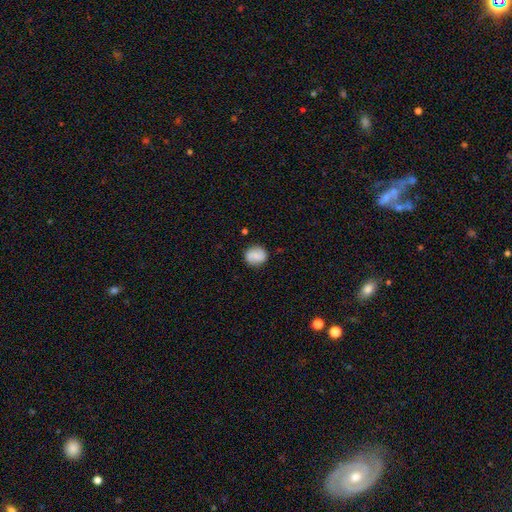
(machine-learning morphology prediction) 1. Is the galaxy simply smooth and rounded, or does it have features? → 66% smooth, 25% featured or disk, 9% star or artifact.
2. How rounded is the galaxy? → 76% round, 23% in between, 1% cigar-shaped.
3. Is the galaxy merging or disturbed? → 81% none, 13% minor disturbance, 4% major disturbance, 2% merger.